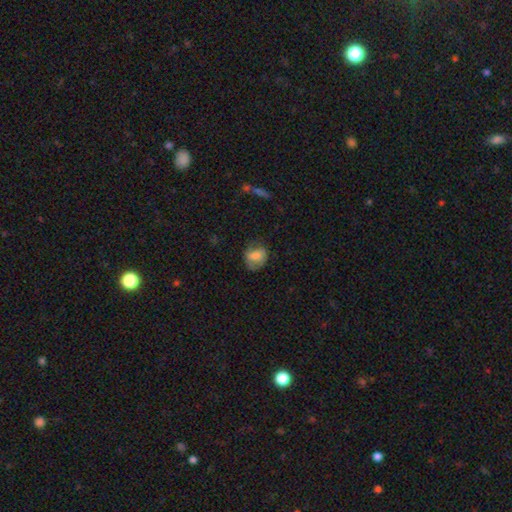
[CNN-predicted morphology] The model was most divided on "how rounded": in between: 53%, round: 46%, cigar-shaped: 1%. More confident: smooth or featured — smooth (72%); merging — none (58%).